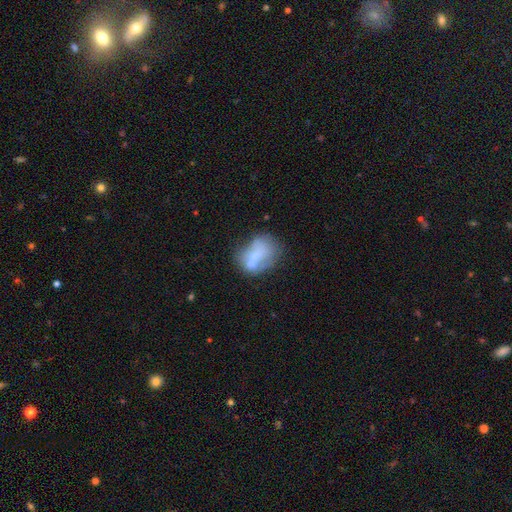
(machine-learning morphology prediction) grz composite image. It shows a smooth galaxy with no disk features (51%) that is in between round and cigar-shaped (70%). Merging: none (37%).